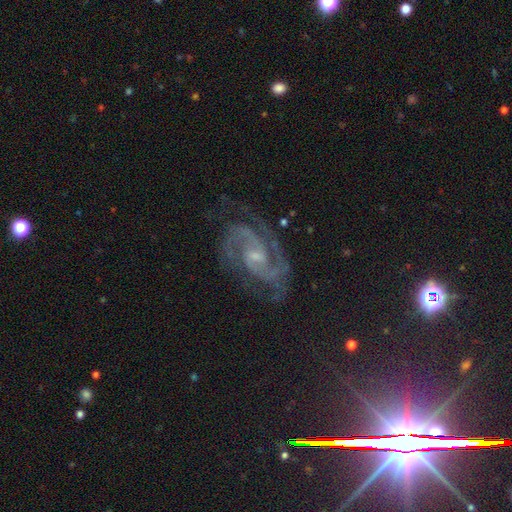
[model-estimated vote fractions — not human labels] Overall: featured or disk (88%). Edge-on disk: no (98%). Bar: weak (53%; no 33%). Spiral arms: yes (98%). Spiral arm count: 2 (83%). Spiral winding: medium (56%; tight 34%). Bulge size: small (62%; moderate 27%). Merging: none (71%).